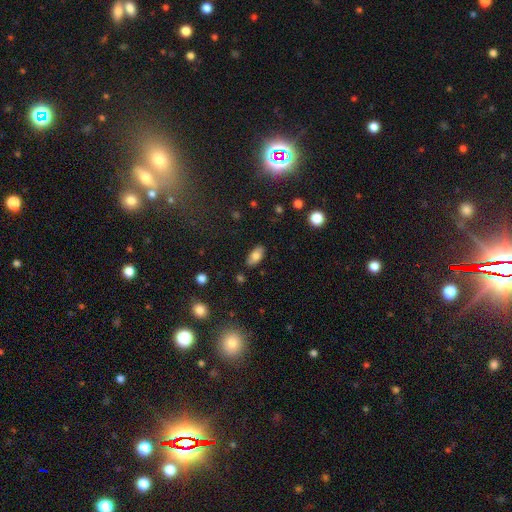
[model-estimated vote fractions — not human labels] A smooth galaxy with no disk features (79%) that is in between round and cigar-shaped (92%).

Vote fractions:
- Smooth or featured? smooth: 79% / featured or disk: 13% / star or artifact: 8%
- How rounded? in between: 92% / cigar-shaped: 5% / round: 3%
- Merging? none: 85% / minor disturbance: 11% / major disturbance: 2% / merger: 2%